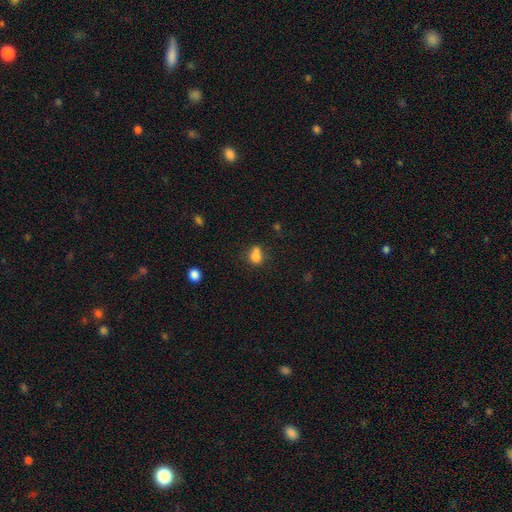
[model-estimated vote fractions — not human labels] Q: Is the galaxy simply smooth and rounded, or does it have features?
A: smooth — 76%.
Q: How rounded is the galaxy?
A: round — 58%.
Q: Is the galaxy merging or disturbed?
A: merger — 42%.